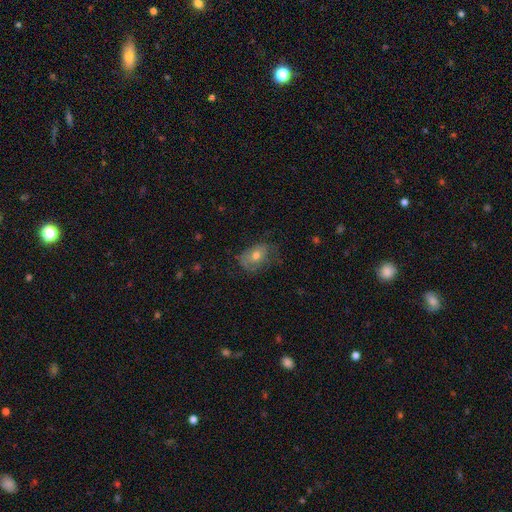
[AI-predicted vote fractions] Q: Smooth or featured?
A: smooth (57%); runner-up: featured or disk (32%)
Q: How rounded?
A: in between (77%); runner-up: round (22%)
Q: Merging?
A: none (54%); runner-up: minor disturbance (29%)